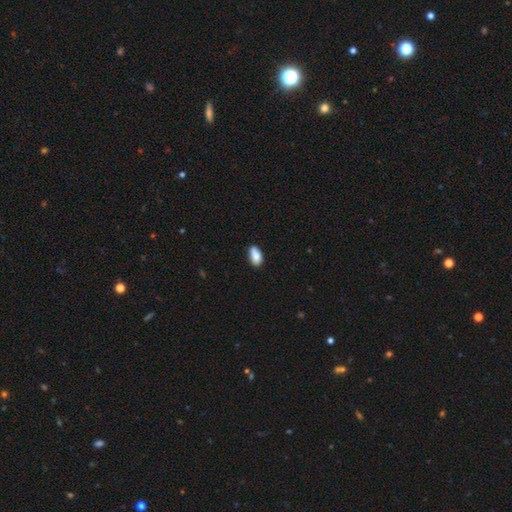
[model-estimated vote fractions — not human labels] Smooth or featured? smooth (83%)
How rounded? in between (92%)
Merging? none (68%)